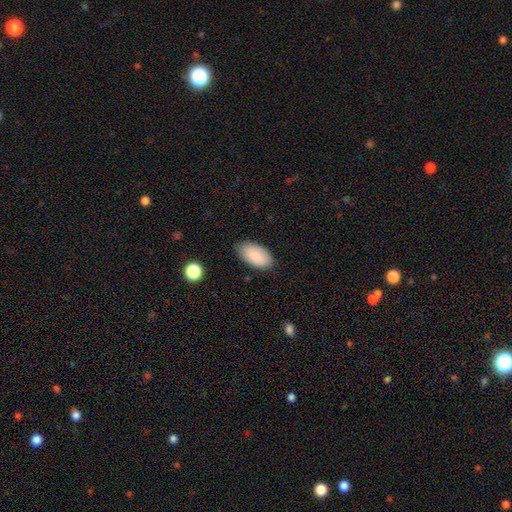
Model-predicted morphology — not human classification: Overall: smooth (88%). How rounded: in between (96%). Merging: none (81%).